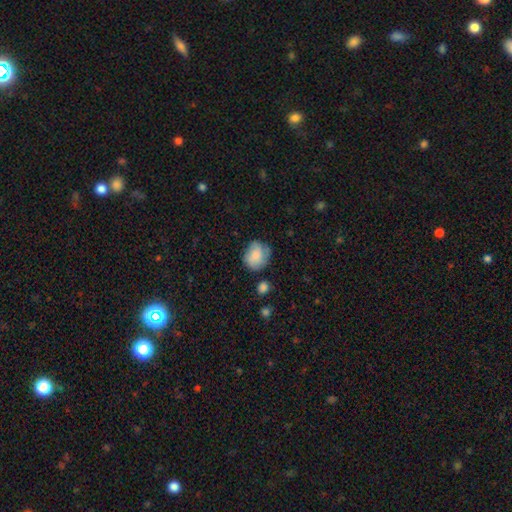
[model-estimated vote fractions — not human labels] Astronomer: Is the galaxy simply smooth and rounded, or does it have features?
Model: smooth — 78%.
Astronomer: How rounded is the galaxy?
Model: round — 69%.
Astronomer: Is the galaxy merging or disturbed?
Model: none — 64%.